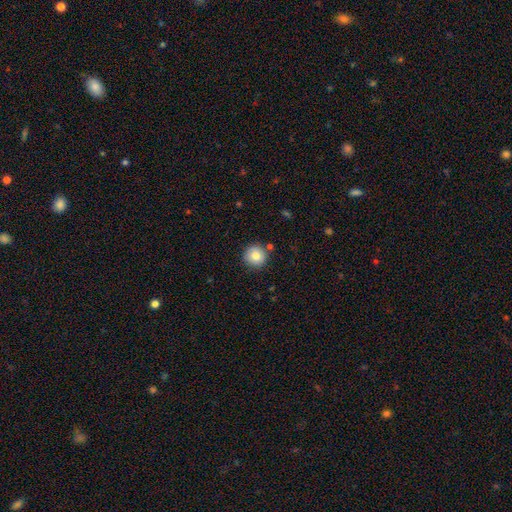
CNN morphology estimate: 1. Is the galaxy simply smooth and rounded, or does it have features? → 81% smooth, 10% featured or disk, 9% star or artifact.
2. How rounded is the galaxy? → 95% round, 4% in between, 1% cigar-shaped.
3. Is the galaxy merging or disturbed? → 86% none, 8% minor disturbance, 4% merger, 2% major disturbance.